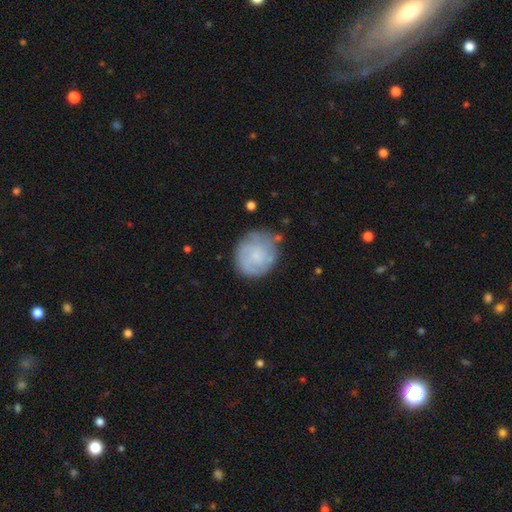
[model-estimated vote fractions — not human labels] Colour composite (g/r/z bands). It shows a smooth galaxy with no disk features (49%). Merging: none (70%).